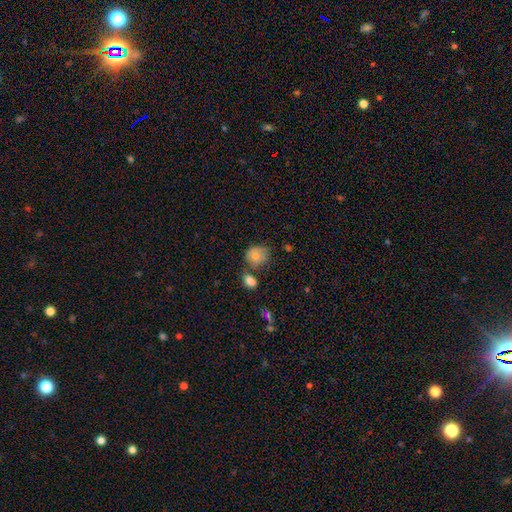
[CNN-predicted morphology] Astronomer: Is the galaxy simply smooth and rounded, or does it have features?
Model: smooth — 79%.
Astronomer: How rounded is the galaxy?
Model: round — 67%.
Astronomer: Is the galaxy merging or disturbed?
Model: none — 51%.